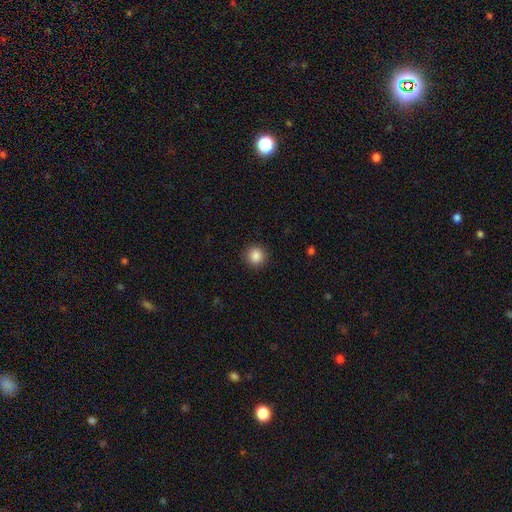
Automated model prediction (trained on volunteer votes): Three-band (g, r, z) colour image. It shows a smooth galaxy with no disk features (87%) that is round (92%). Merging: none (91%).